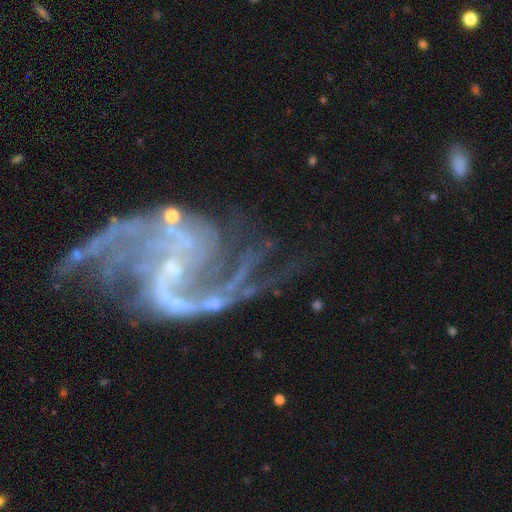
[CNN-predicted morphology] A featured or disk galaxy (89%) with no bar (46%), 2 (58%) loose (55%) spiral arms (96%) and a small central bulge (65%). Merging: none (41%).